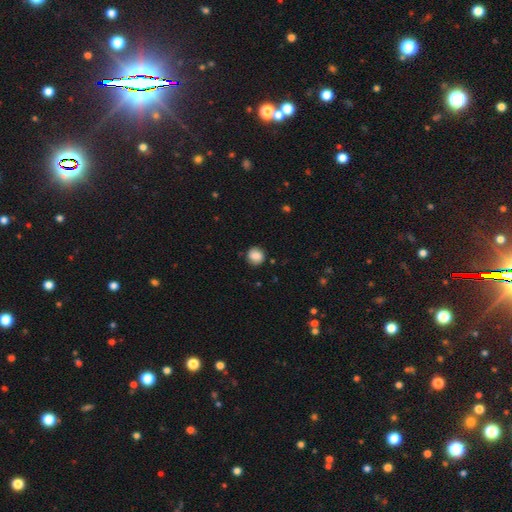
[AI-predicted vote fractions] Overall: smooth (84%). How rounded: round (85%). Merging: none (85%).